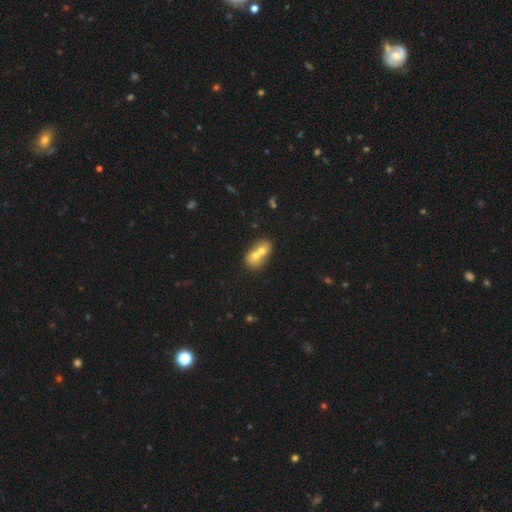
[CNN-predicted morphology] Smooth or featured: smooth — 63% (featured or disk — 27%)
How rounded: in between — 55% (round — 43%)
Merging: merger — 75% (none — 17%)